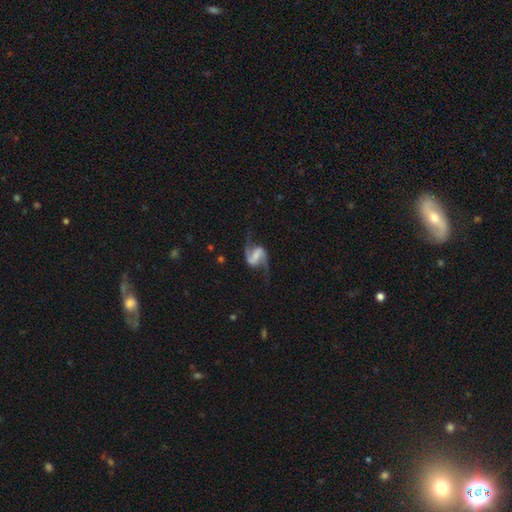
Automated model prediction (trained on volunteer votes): Overall: featured or disk (88%). Edge-on disk: no (98%). Bar: strong (51%; weak 34%). Spiral arms: yes (97%). Spiral arm count: 2 (94%). Spiral winding: loose (64%; medium 30%). Bulge size: none (52%; small 23%). Merging: none (75%).